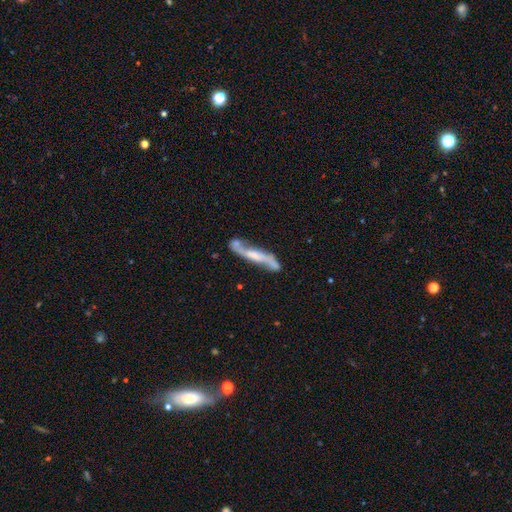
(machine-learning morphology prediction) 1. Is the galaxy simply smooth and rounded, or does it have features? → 74% featured or disk, 20% smooth, 6% star or artifact.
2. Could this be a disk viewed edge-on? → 60% no, 40% yes.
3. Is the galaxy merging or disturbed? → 61% none, 21% minor disturbance, 11% merger, 7% major disturbance.